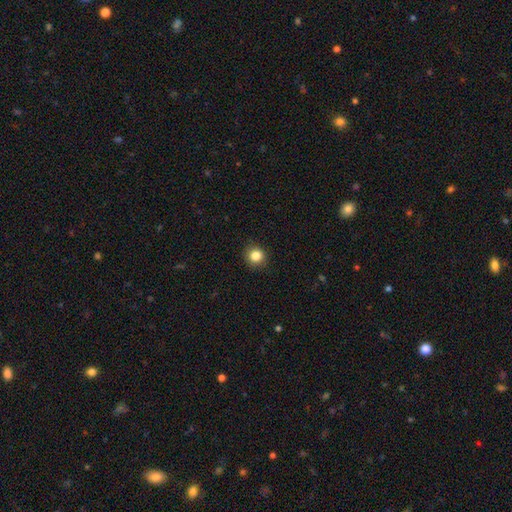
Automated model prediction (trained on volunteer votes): Smooth or featured? smooth (85%)
How rounded? round (91%)
Merging? none (90%)